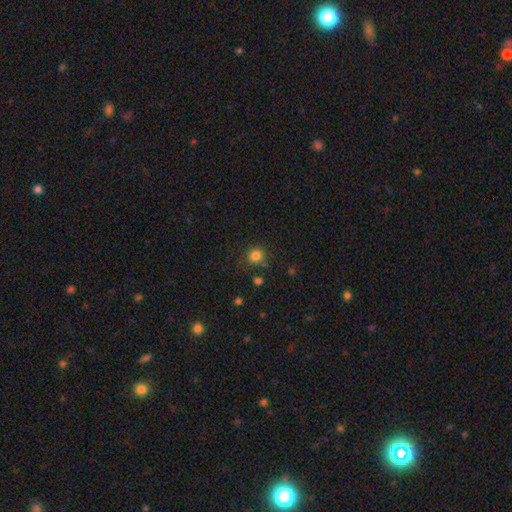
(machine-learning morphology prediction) Smooth or featured? Predicted: smooth (p=0.82). How rounded? Predicted: round (p=0.89). Merging? Predicted: none (p=0.79).